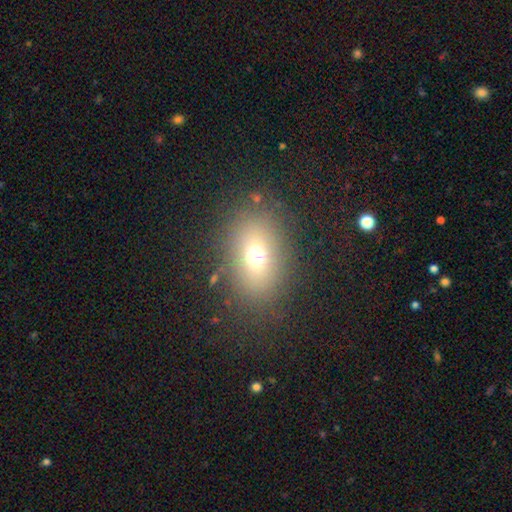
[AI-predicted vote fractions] The model was most divided on "how rounded": in between: 73%, round: 25%, cigar-shaped: 2%. More confident: merging — none (83%); smooth or featured — smooth (68%).